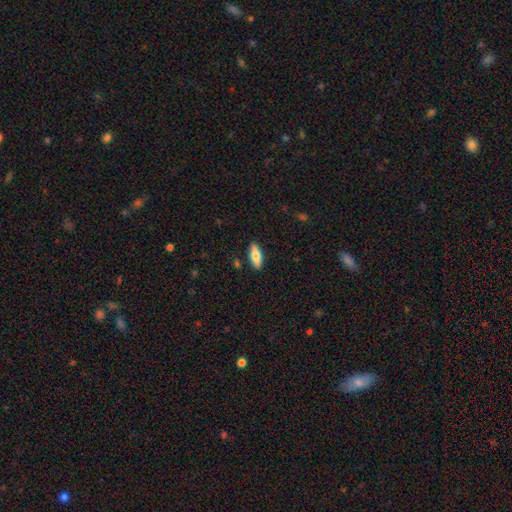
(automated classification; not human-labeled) Q: Smooth or featured?
A: smooth (68%); runner-up: featured or disk (26%)
Q: How rounded?
A: in between (65%); runner-up: cigar-shaped (32%)
Q: Merging?
A: none (88%); runner-up: minor disturbance (9%)